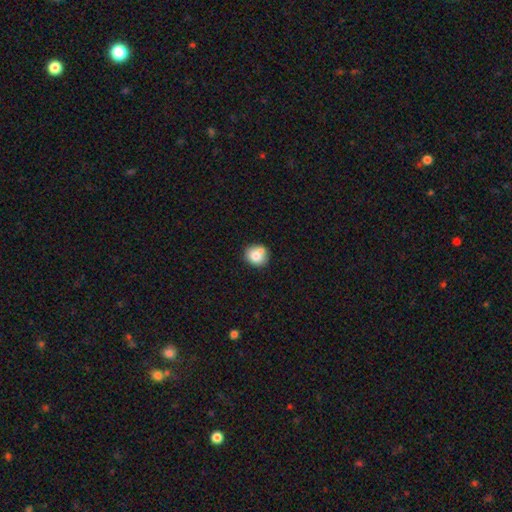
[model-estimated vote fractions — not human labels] Smooth or featured? smooth (78%)
How rounded? round (85%)
Merging? none (64%)